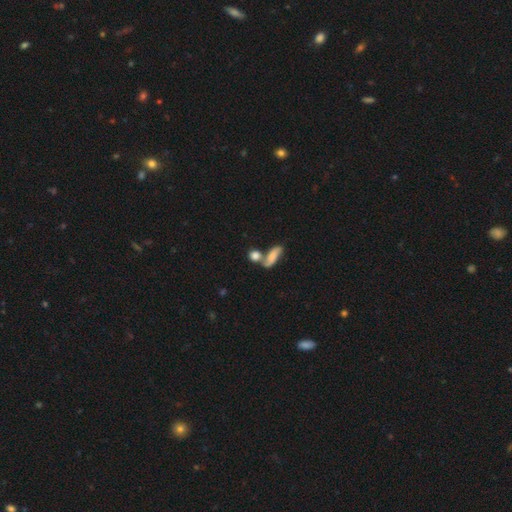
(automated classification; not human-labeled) The model was most divided on "merging": merger: 44%, none: 39%, minor disturbance: 11%, major disturbance: 7%. More confident: smooth or featured — smooth (72%); how rounded — round (51%).